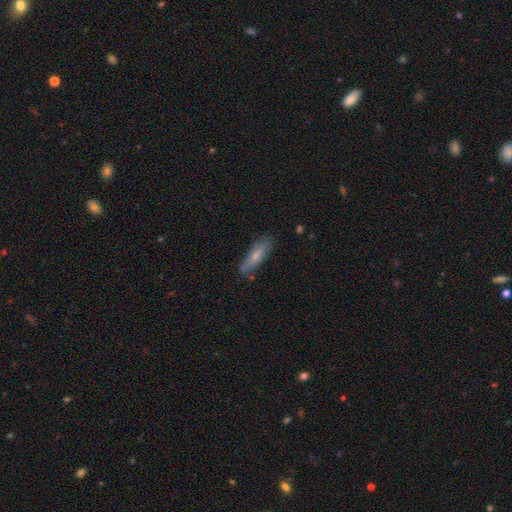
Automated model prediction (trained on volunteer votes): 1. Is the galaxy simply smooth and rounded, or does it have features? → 68% smooth, 25% featured or disk, 7% star or artifact.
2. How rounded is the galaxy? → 60% cigar-shaped, 38% in between, 2% round.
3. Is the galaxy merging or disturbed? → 69% none, 23% minor disturbance, 5% major disturbance, 3% merger.